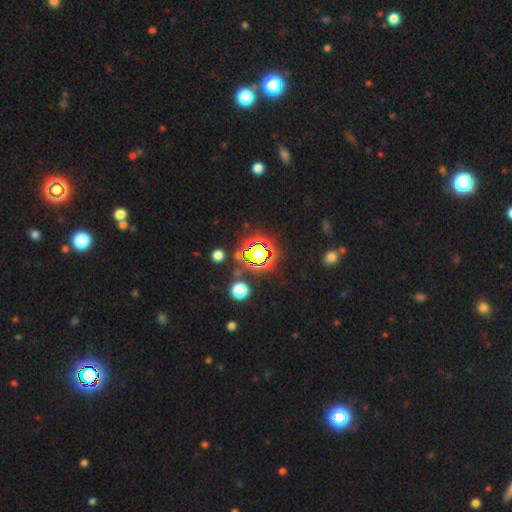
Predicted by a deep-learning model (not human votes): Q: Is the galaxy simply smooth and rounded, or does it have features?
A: star or artifact — 65%.